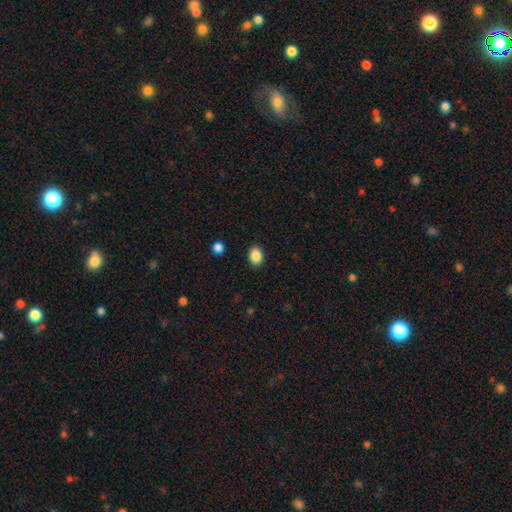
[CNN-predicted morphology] Smooth or featured? Predicted: smooth (p=0.88). How rounded? Predicted: in between (p=0.74). Merging? Predicted: none (p=0.89).